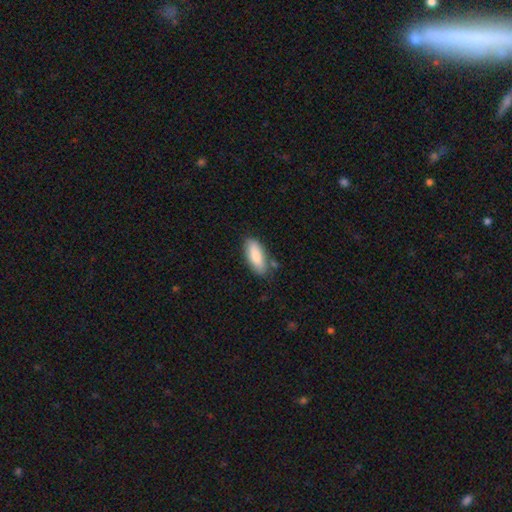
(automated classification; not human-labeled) Smooth or featured?
  - smooth: 83% *
  - featured or disk: 12%
  - star or artifact: 6%
How rounded?
  - in between: 73% *
  - cigar-shaped: 25%
  - round: 2%
Merging?
  - none: 75% *
  - minor disturbance: 17%
  - merger: 5%
  - major disturbance: 3%